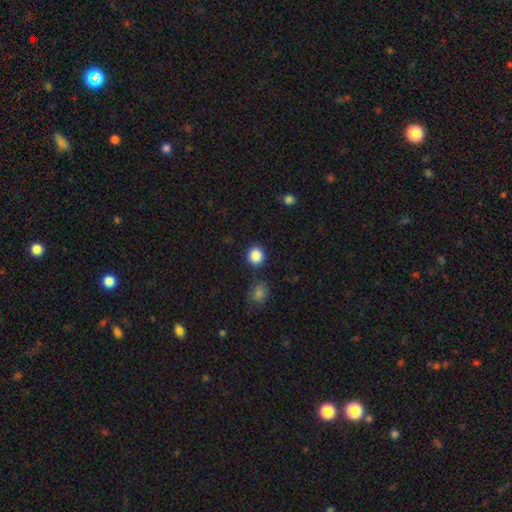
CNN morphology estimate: Smooth or featured?
  - smooth: 87% *
  - star or artifact: 10%
  - featured or disk: 3%
How rounded?
  - round: 90% *
  - in between: 9%
  - cigar-shaped: 1%
Merging?
  - none: 86% *
  - minor disturbance: 8%
  - merger: 4%
  - major disturbance: 3%